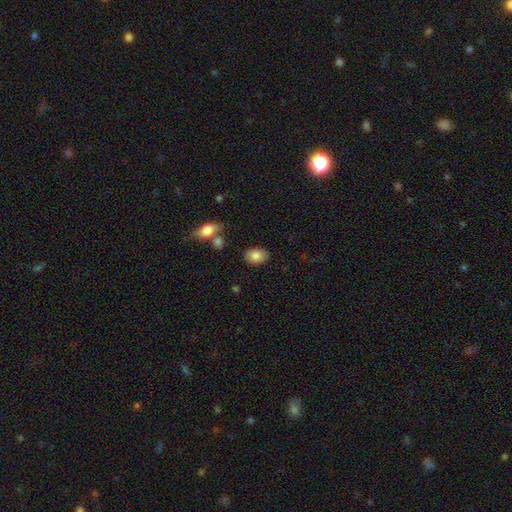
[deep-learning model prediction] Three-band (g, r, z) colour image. It shows a smooth galaxy with no disk features (83%) that is in between round and cigar-shaped (81%). Merging: none (82%).